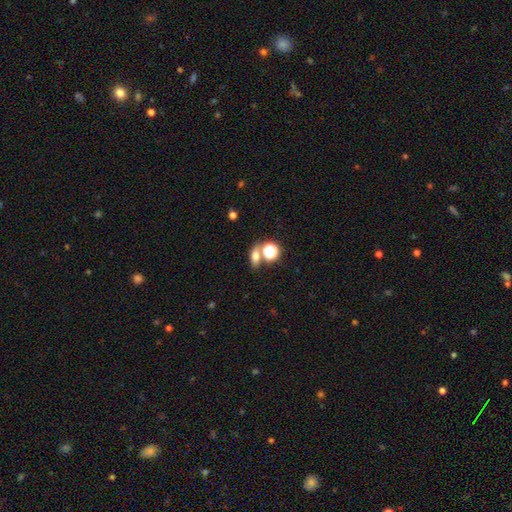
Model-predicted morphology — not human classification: Q: Smooth or featured?
A: smooth (65%); runner-up: star or artifact (22%)
Q: How rounded?
A: in between (60%); runner-up: round (31%)
Q: Merging?
A: none (62%); runner-up: merger (24%)